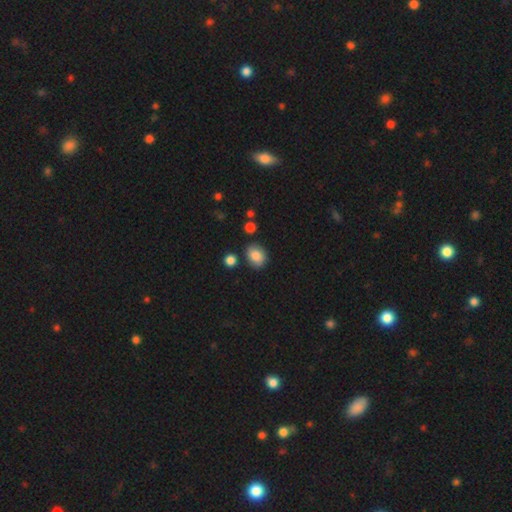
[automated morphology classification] smooth 82%, star or artifact 9%, featured or disk 9%. Down the decision tree: how rounded — in between (50%); merging — none (76%).